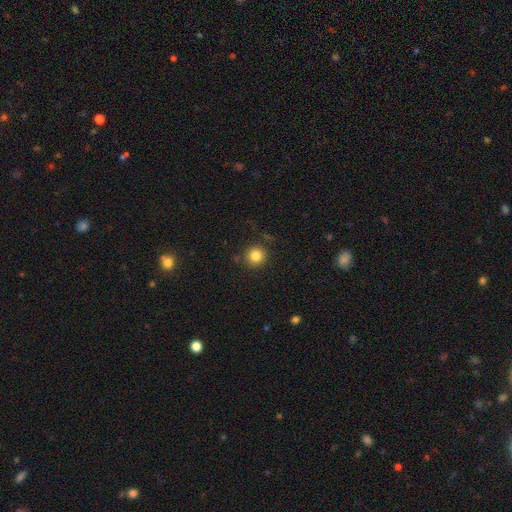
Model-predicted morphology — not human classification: A smooth galaxy with no disk features (83%) that is round (93%).

Vote fractions:
- Smooth or featured? smooth: 83% / star or artifact: 11% / featured or disk: 6%
- How rounded? round: 93% / in between: 6% / cigar-shaped: 1%
- Merging? none: 86% / minor disturbance: 8% / major disturbance: 3% / merger: 3%